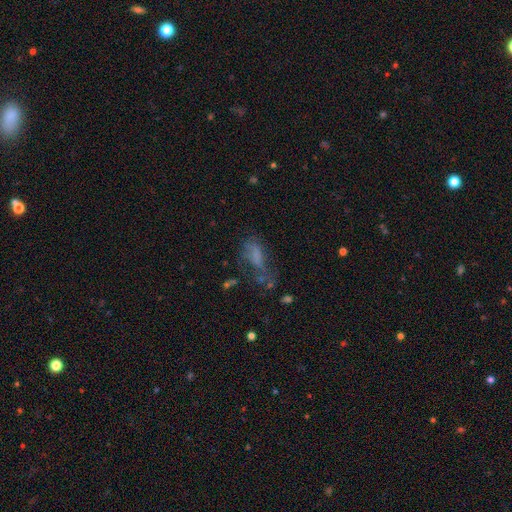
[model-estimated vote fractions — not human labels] Smooth or featured: smooth — 50% (featured or disk — 30%)
How rounded: in between — 72% (cigar-shaped — 22%)
Merging: major disturbance — 38% (none — 32%)